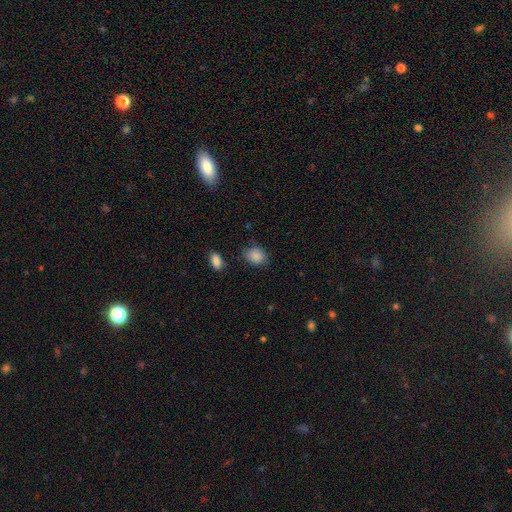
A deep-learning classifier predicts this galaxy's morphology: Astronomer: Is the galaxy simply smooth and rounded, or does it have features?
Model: smooth — 87%.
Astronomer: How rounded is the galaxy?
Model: in between — 54% (runner-up: round, 45%).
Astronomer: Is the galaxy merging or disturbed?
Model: none — 74%.